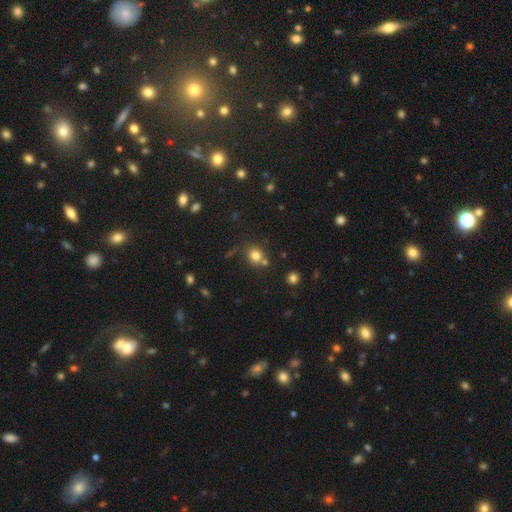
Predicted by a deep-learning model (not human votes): A smooth galaxy with no disk features (78%) that is round (82%). Merging: none (66%).